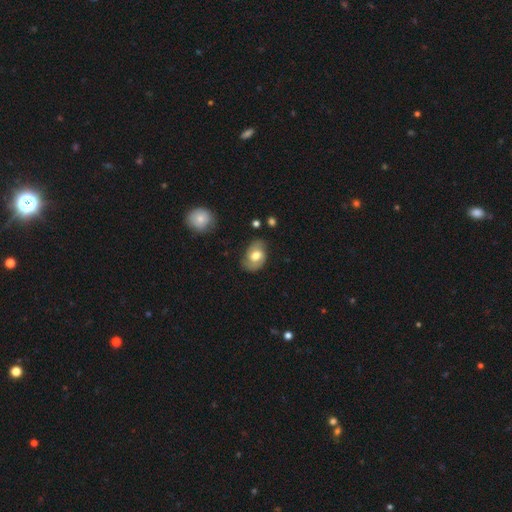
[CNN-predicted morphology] Smooth or featured: smooth — 56% (featured or disk — 37%)
How rounded: in between — 79% (round — 20%)
Merging: none — 68% (minor disturbance — 23%)